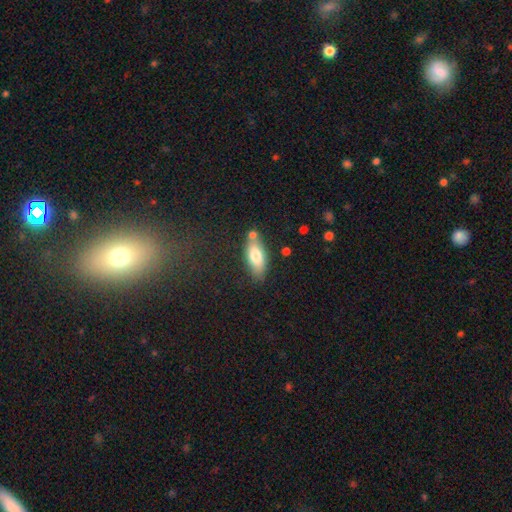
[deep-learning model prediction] A smooth galaxy with no disk features (75%) that is in between round and cigar-shaped (79%).

Vote fractions:
- Smooth or featured? smooth: 75% / featured or disk: 18% / star or artifact: 7%
- How rounded? in between: 79% / cigar-shaped: 18% / round: 3%
- Merging? none: 68% / minor disturbance: 15% / merger: 13% / major disturbance: 4%